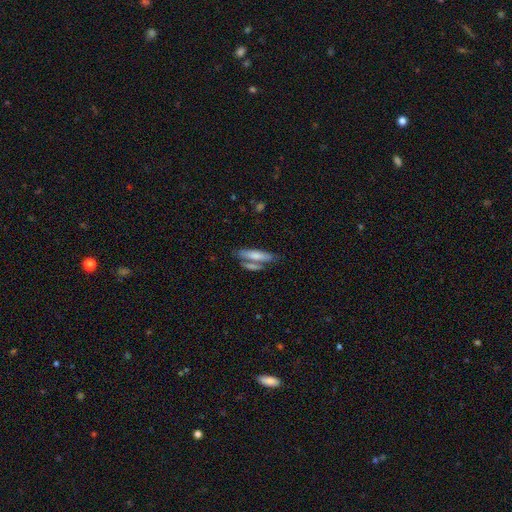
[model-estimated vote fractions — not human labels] Smooth or featured? Predicted: smooth (p=0.70). How rounded? Predicted: cigar-shaped (p=0.65). Merging? Predicted: none (p=0.51).